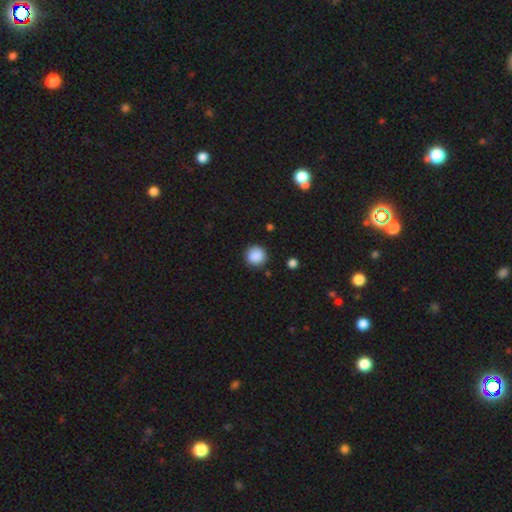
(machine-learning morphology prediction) The model was most divided on "smooth or featured": smooth: 88%, star or artifact: 9%, featured or disk: 3%. More confident: how rounded — round (93%); merging — none (88%).